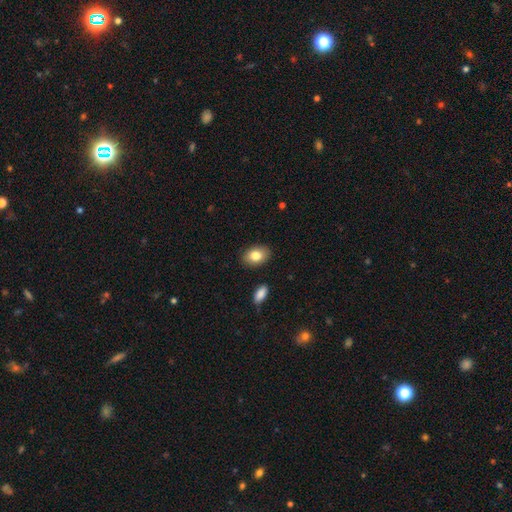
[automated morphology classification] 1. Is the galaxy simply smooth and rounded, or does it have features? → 82% smooth, 10% featured or disk, 7% star or artifact.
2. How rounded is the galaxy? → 82% in between, 17% round, 1% cigar-shaped.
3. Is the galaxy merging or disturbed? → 88% none, 8% minor disturbance, 2% major disturbance, 2% merger.